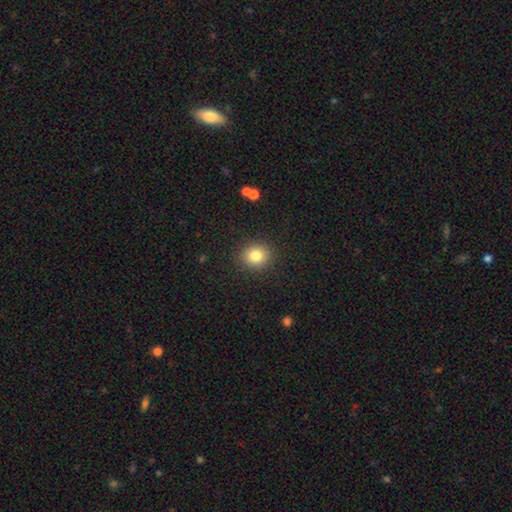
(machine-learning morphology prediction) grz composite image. It shows a smooth galaxy with no disk features (82%) that is round (79%). Merging: none (89%).